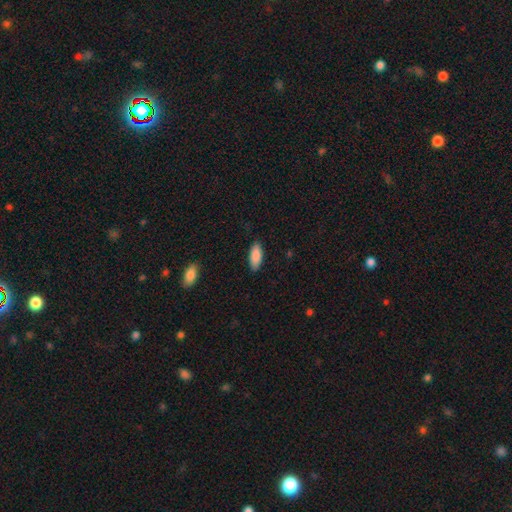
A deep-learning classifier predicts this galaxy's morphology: This appears to be a smooth galaxy with no disk features (89%) that is in between round and cigar-shaped (81%). Merging: none (86%).